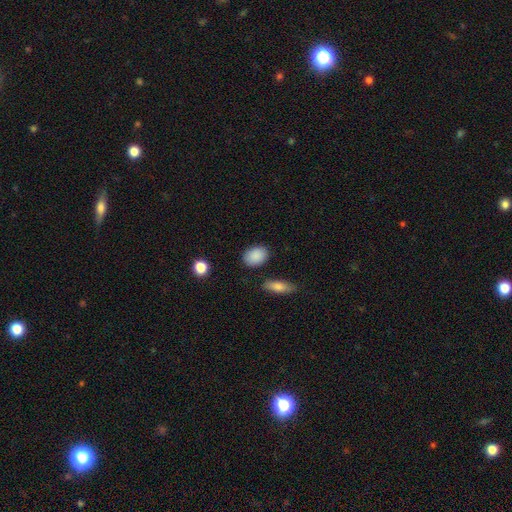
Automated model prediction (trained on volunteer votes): The model was most divided on "how rounded": in between: 79%, round: 19%, cigar-shaped: 2%. More confident: smooth or featured — smooth (89%); merging — none (84%).